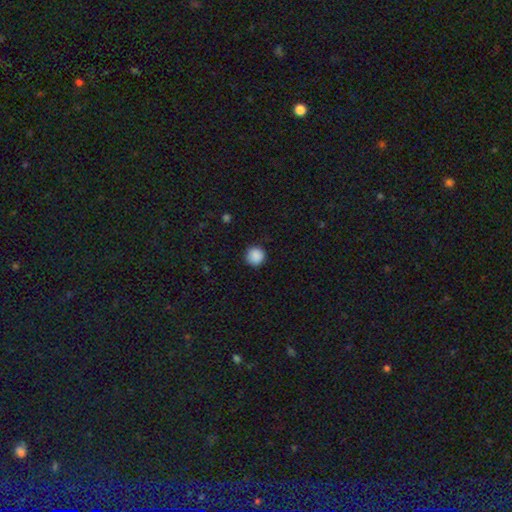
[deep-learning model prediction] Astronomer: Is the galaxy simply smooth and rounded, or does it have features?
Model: smooth — 89%.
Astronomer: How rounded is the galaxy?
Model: round — 96%.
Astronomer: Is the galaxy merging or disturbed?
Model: none — 91%.